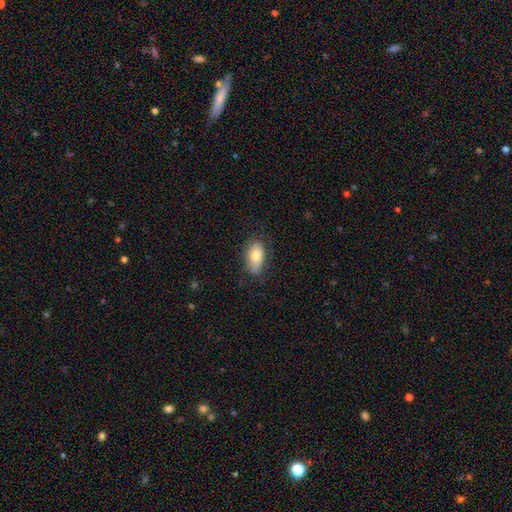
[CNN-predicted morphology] Smooth or featured?
  - smooth: 76% *
  - featured or disk: 17%
  - star or artifact: 7%
How rounded?
  - in between: 90% *
  - round: 6%
  - cigar-shaped: 4%
Merging?
  - none: 70% *
  - minor disturbance: 23%
  - major disturbance: 6%
  - merger: 1%